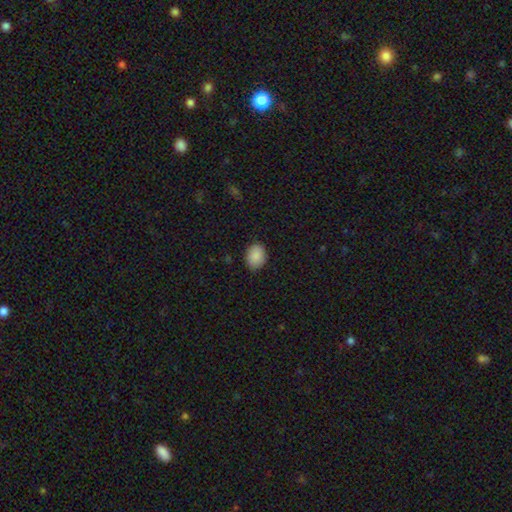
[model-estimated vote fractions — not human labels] Q: Smooth or featured?
A: smooth (89%); runner-up: star or artifact (7%)
Q: How rounded?
A: in between (66%); runner-up: round (33%)
Q: Merging?
A: none (88%); runner-up: minor disturbance (9%)